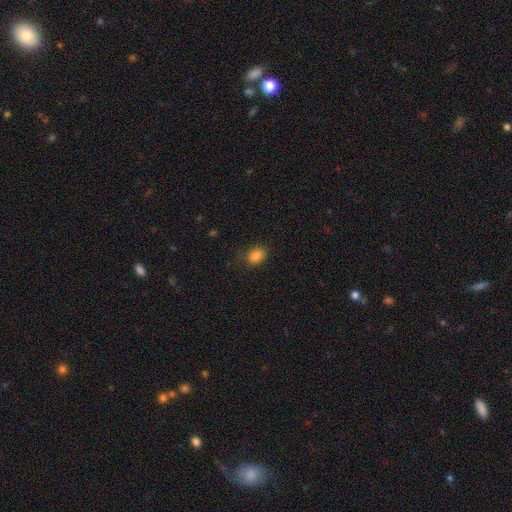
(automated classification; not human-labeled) A smooth galaxy with no disk features (83%) that is in between round and cigar-shaped (65%).

Vote fractions:
- Smooth or featured? smooth: 83% / star or artifact: 11% / featured or disk: 5%
- How rounded? in between: 65% / round: 34% / cigar-shaped: 1%
- Merging? none: 80% / minor disturbance: 15% / major disturbance: 4% / merger: 1%